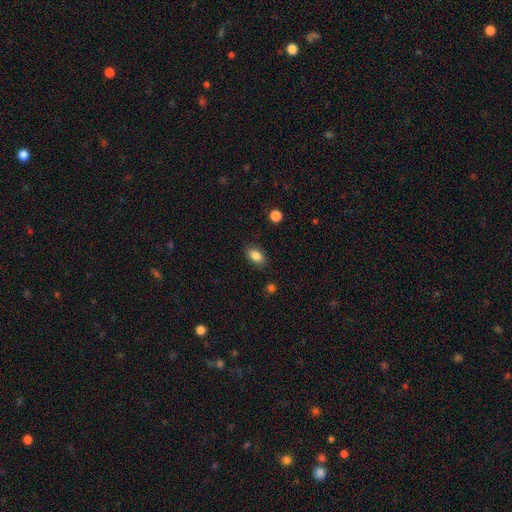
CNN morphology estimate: type=smooth (86%); roundness=in between (87%); merging=none (85%).